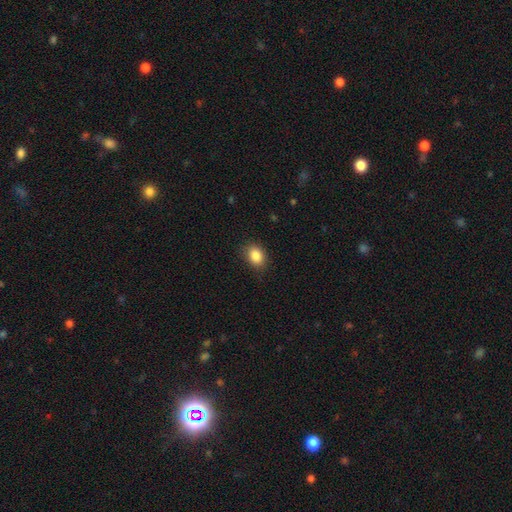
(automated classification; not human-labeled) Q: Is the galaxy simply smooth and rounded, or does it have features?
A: smooth — 86%.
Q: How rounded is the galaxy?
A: in between — 67%.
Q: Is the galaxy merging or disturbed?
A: none — 84%.